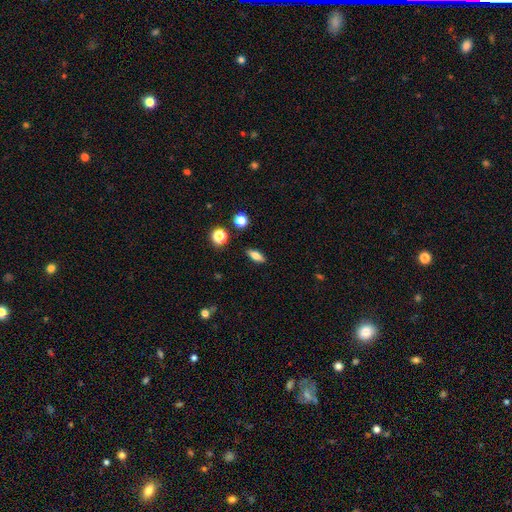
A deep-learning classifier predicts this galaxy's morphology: This is likely a smooth galaxy (74%). How rounded: likely in between (67%). Merging: clearly none (88%).